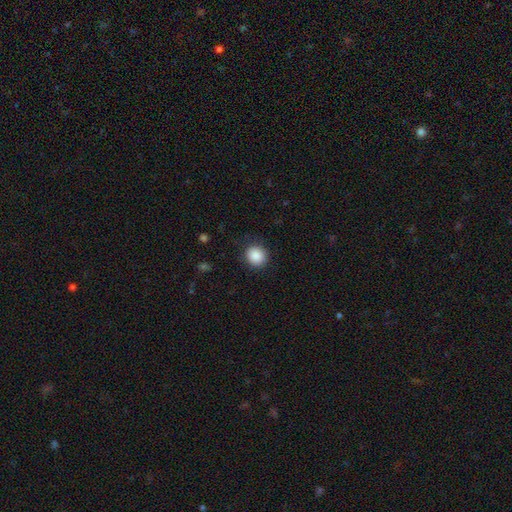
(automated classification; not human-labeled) Overall: smooth (88%). How rounded: round (85%). Merging: none (88%).